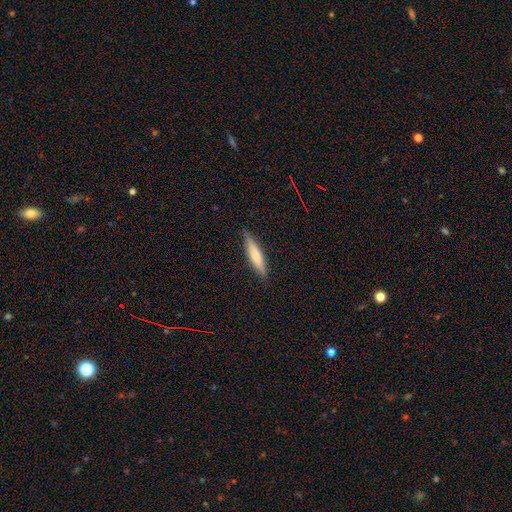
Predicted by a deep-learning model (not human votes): Overall: smooth (64%; featured or disk 31%). How rounded: cigar-shaped (81%). Merging: none (85%).